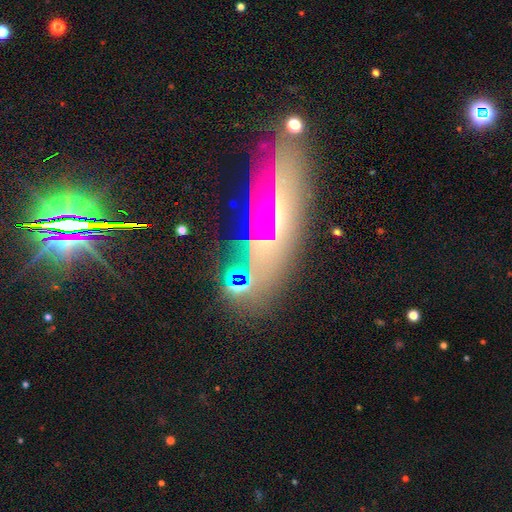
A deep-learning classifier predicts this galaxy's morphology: Smooth or featured: featured or disk — 56% (star or artifact — 25%)
Edge-on disk: yes — 59% (no — 41%)
Merging: none — 75% (minor disturbance — 14%)